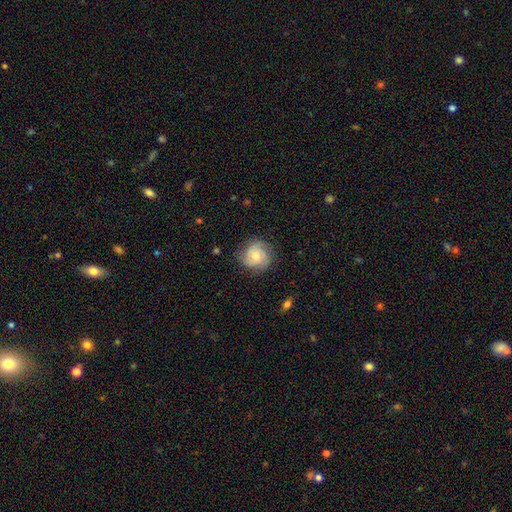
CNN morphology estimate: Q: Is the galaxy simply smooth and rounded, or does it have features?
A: featured or disk — 55%.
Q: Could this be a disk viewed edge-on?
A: no — 98%.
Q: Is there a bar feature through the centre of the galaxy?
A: no — 74%.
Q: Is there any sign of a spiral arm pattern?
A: yes — 90%.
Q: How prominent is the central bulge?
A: moderate — 48%.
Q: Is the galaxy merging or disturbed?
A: none — 77%.